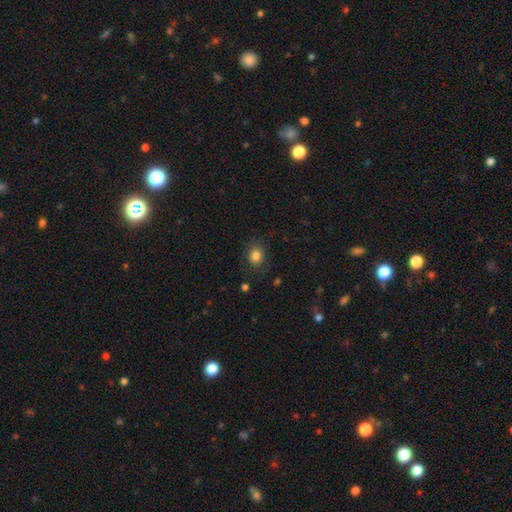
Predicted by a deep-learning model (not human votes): Overall: smooth (83%). How rounded: round (61%; in between 38%). Merging: none (81%).